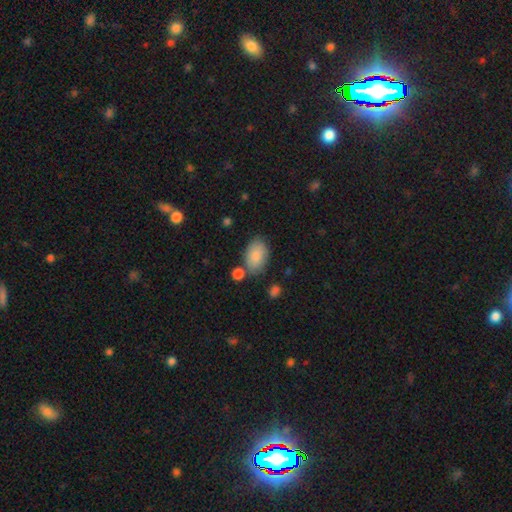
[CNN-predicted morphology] Smooth or featured?
  - smooth: 86% *
  - featured or disk: 8%
  - star or artifact: 7%
How rounded?
  - in between: 90% *
  - round: 8%
  - cigar-shaped: 1%
Merging?
  - none: 70% *
  - minor disturbance: 16%
  - merger: 10%
  - major disturbance: 5%